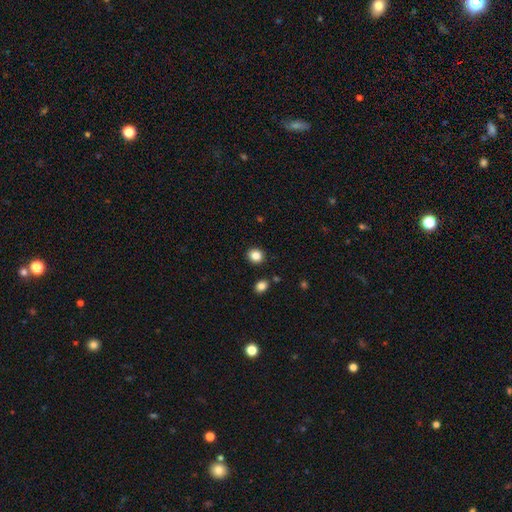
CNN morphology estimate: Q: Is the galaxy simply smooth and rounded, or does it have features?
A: smooth — 86%.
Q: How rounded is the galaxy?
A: round — 78%.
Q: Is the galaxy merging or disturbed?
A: none — 89%.